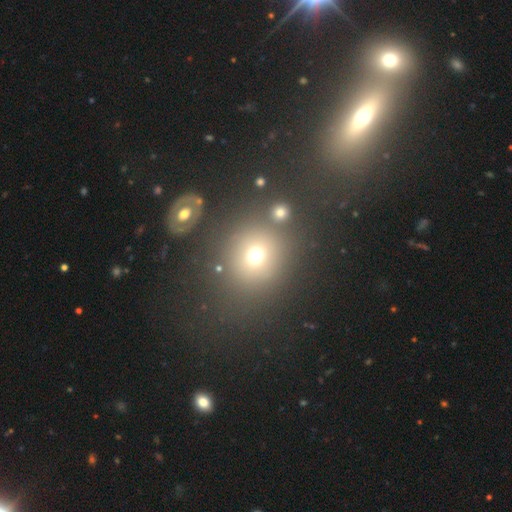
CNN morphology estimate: The model was most divided on "smooth or featured": smooth: 69%, star or artifact: 19%, featured or disk: 13%. More confident: how rounded — round (85%); merging — none (74%).